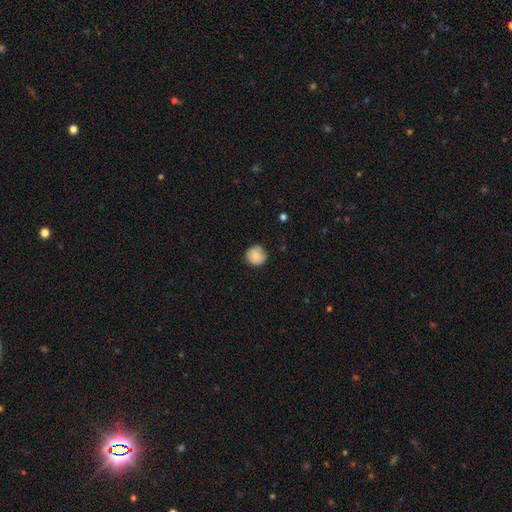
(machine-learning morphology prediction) Q: Smooth or featured?
A: smooth (81%); runner-up: featured or disk (12%)
Q: How rounded?
A: round (90%); runner-up: in between (9%)
Q: Merging?
A: none (76%); runner-up: minor disturbance (18%)